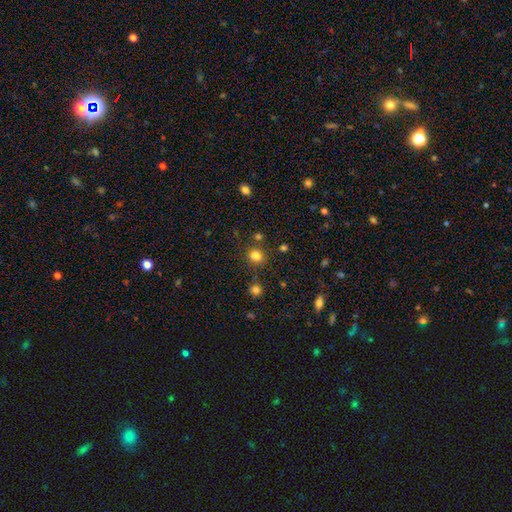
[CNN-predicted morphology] The model was most divided on "smooth or featured": smooth: 81%, star or artifact: 14%, featured or disk: 5%. More confident: how rounded — round (83%); merging — none (81%).